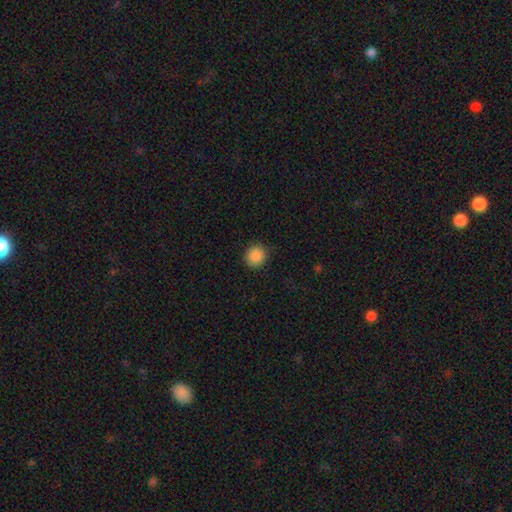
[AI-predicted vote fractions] smooth 88%, star or artifact 9%, featured or disk 3%. Down the decision tree: how rounded — round (90%); merging — none (88%).